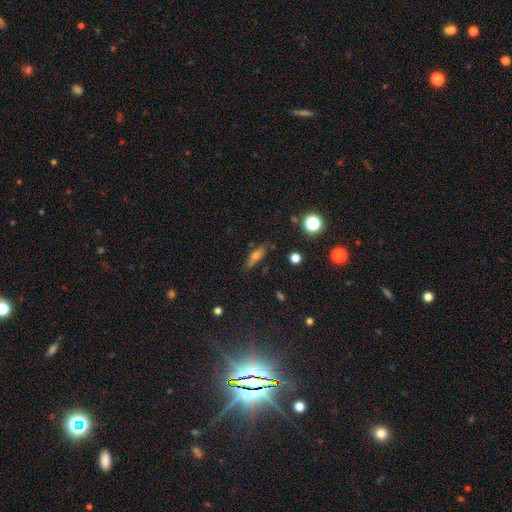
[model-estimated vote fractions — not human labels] Smooth or featured? Predicted: smooth (p=0.56). How rounded? Predicted: in between (p=0.47). Merging? Predicted: none (p=0.74).